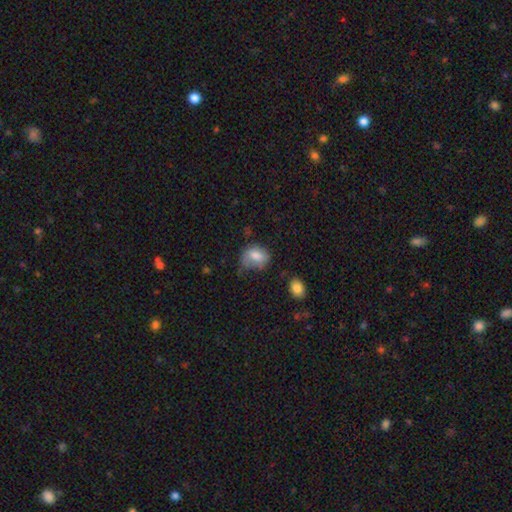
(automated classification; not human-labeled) smooth_or_featured: smooth (p=0.77) [alt: featured or disk p=0.15]
how_rounded: in between (p=0.60) [alt: round p=0.39]
merging: none (p=0.41) [alt: minor disturbance p=0.35]